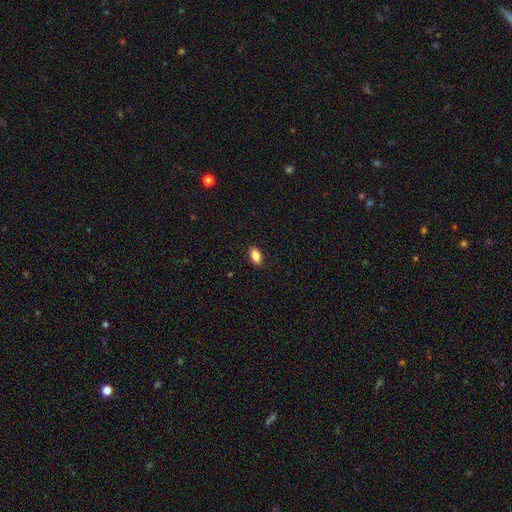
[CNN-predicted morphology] smooth_or_featured: smooth (p=0.82) [alt: featured or disk p=0.10]
how_rounded: in between (p=0.88) [alt: cigar-shaped p=0.06]
merging: none (p=0.88) [alt: minor disturbance p=0.09]